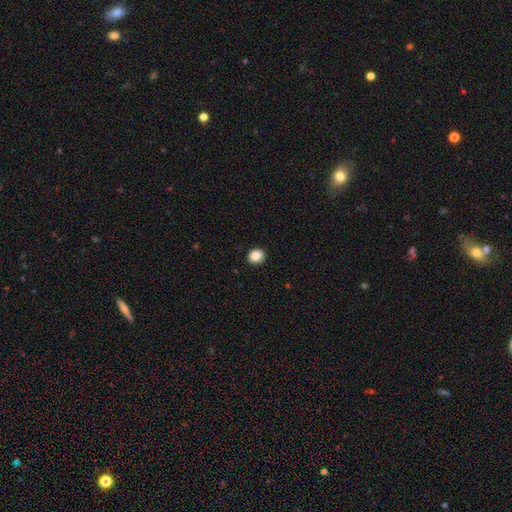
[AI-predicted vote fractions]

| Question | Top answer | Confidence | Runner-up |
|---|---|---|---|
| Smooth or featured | smooth | 88% | star or artifact (9%) |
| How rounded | round | 68% | in between (32%) |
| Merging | none | 86% | minor disturbance (11%) |